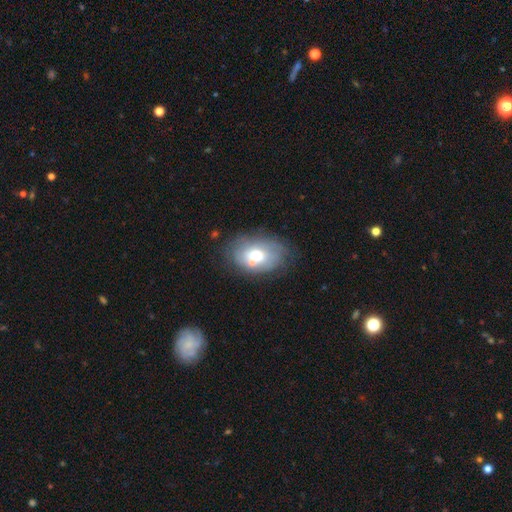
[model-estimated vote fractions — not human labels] A smooth galaxy with no disk features (59%) that is in between round and cigar-shaped (84%).

Vote fractions:
- Smooth or featured? smooth: 59% / featured or disk: 32% / star or artifact: 9%
- How rounded? in between: 84% / round: 15% / cigar-shaped: 1%
- Merging? none: 52% / minor disturbance: 23% / merger: 15% / major disturbance: 10%